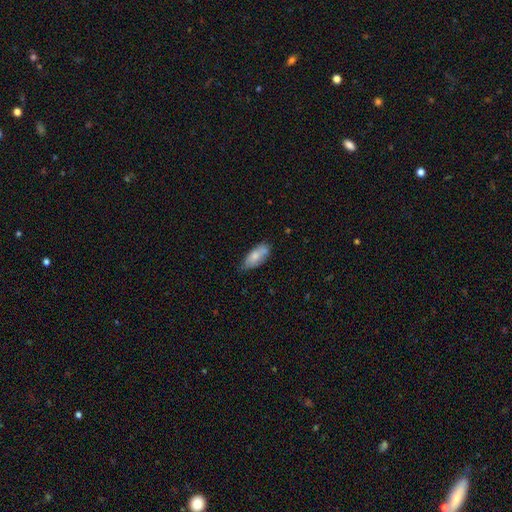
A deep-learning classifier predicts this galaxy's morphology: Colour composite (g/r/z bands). It shows a smooth galaxy with no disk features (76%) that is in between round and cigar-shaped (83%). Merging: none (59%).